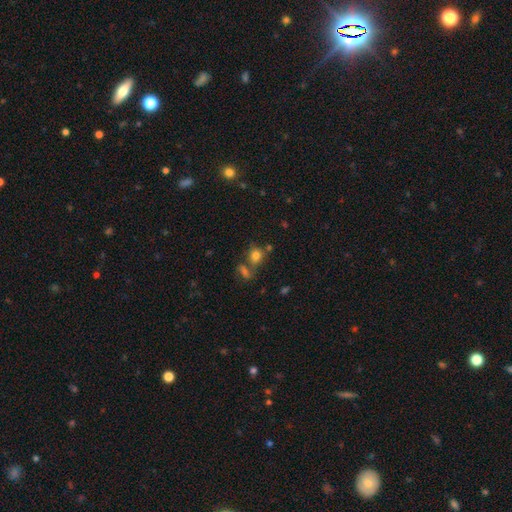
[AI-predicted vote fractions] smooth-or-featured: smooth: 77% | star or artifact: 14% | featured or disk: 9%
  how-rounded: round: 71% | in between: 27% | cigar-shaped: 2%
  merging: none: 54% | merger: 28% | minor disturbance: 12% | major disturbance: 6%